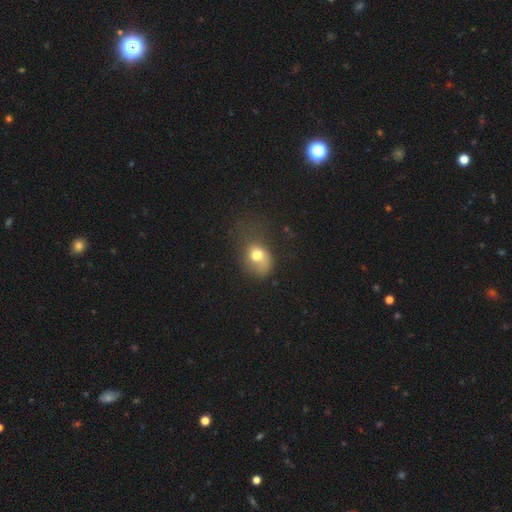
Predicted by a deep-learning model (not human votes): Smooth or featured? Predicted: smooth (p=0.67). How rounded? Predicted: in between (p=0.59). Merging? Predicted: major disturbance (p=0.38).